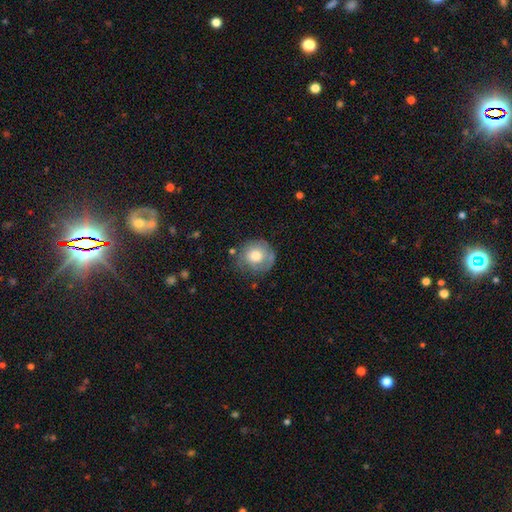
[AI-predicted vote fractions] The model was most divided on "smooth or featured": smooth: 59%, featured or disk: 33%, star or artifact: 7%. More confident: how rounded — round (86%); merging — none (62%).